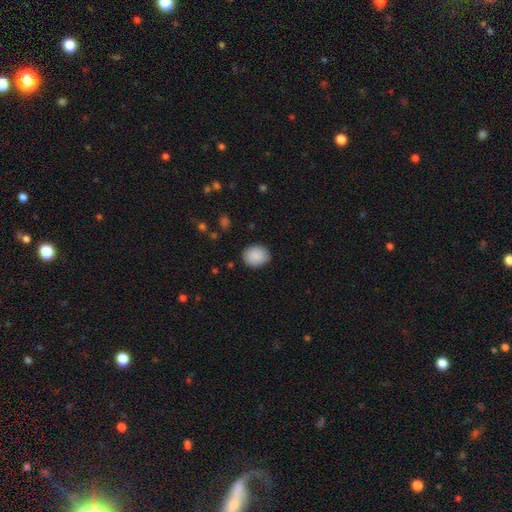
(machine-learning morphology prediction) type=smooth (89%); roundness=round (59%); merging=none (87%).